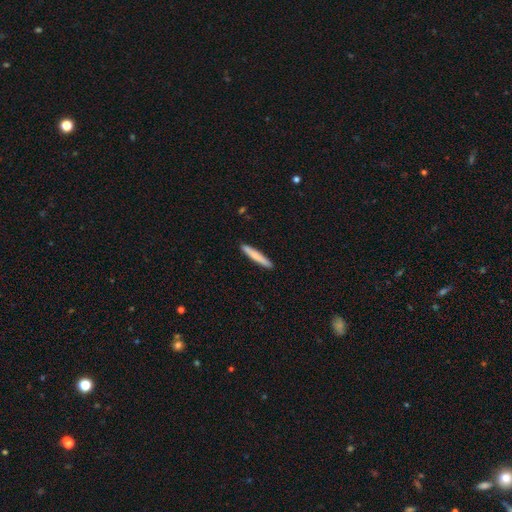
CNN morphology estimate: Smooth or featured? Predicted: smooth (p=0.77). How rounded? Predicted: cigar-shaped (p=0.95). Merging? Predicted: none (p=0.91).